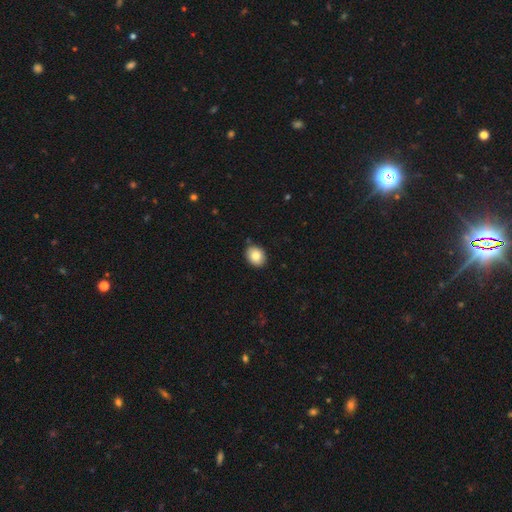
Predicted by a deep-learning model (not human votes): A smooth galaxy with no disk features (83%) that is in between round and cigar-shaped (52%).

Vote fractions:
- Smooth or featured? smooth: 83% / featured or disk: 9% / star or artifact: 8%
- How rounded? in between: 52% / round: 47% / cigar-shaped: 1%
- Merging? none: 87% / minor disturbance: 10% / major disturbance: 2% / merger: 2%